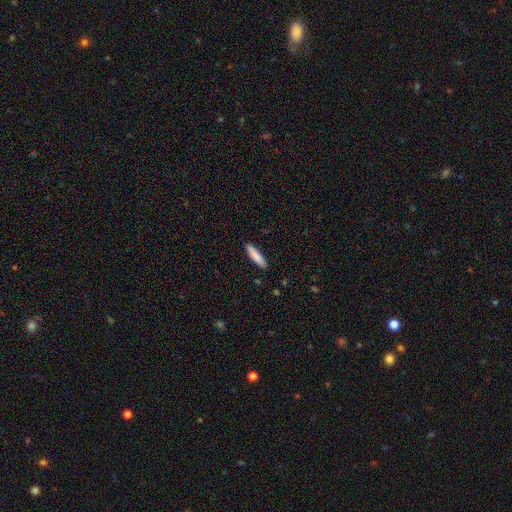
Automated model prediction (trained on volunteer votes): A smooth galaxy with no disk features (84%) that is cigar-shaped (81%).

Vote fractions:
- Smooth or featured? smooth: 84% / featured or disk: 11% / star or artifact: 6%
- How rounded? cigar-shaped: 81% / in between: 18% / round: 1%
- Merging? none: 89% / minor disturbance: 8% / major disturbance: 2% / merger: 1%